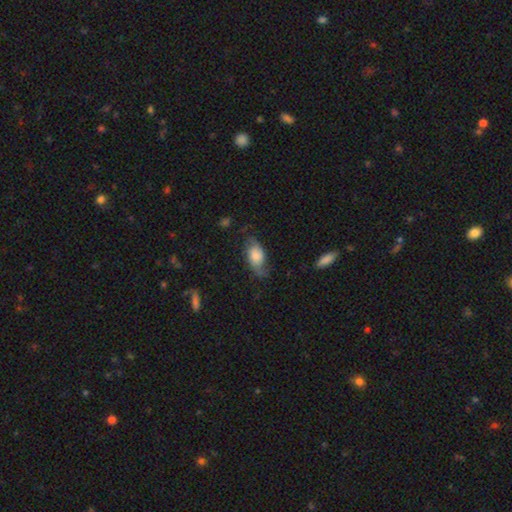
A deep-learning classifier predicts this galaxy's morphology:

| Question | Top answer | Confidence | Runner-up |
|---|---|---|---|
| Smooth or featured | smooth | 50% | featured or disk (43%) |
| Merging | none | 56% | minor disturbance (27%) |